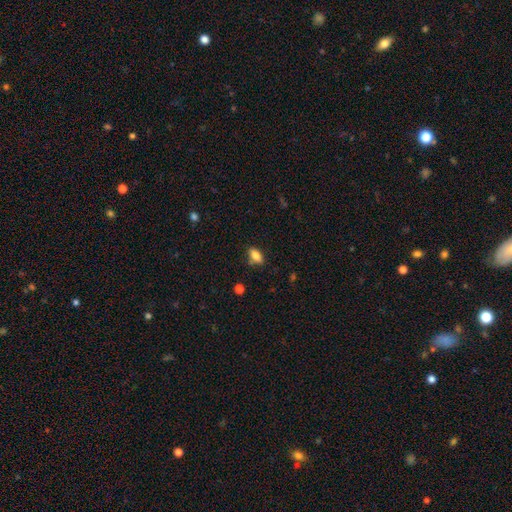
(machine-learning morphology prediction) Smooth or featured?
  - smooth: 83% *
  - featured or disk: 9%
  - star or artifact: 9%
How rounded?
  - in between: 88% *
  - cigar-shaped: 7%
  - round: 5%
Merging?
  - none: 78% *
  - minor disturbance: 16%
  - major disturbance: 3%
  - merger: 3%